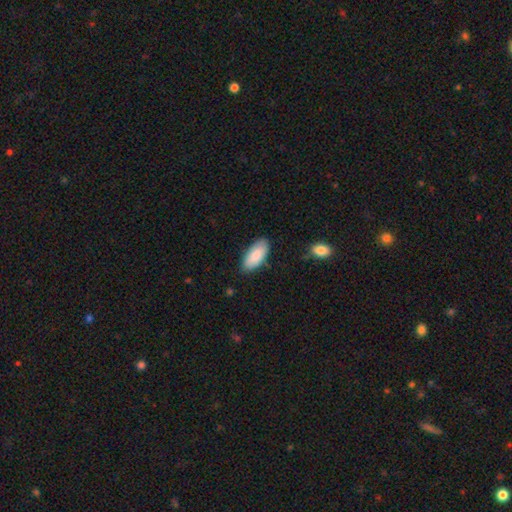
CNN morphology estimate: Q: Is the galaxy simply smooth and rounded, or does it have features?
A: smooth — 87%.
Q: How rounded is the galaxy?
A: in between — 89%.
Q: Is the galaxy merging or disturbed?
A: none — 81%.